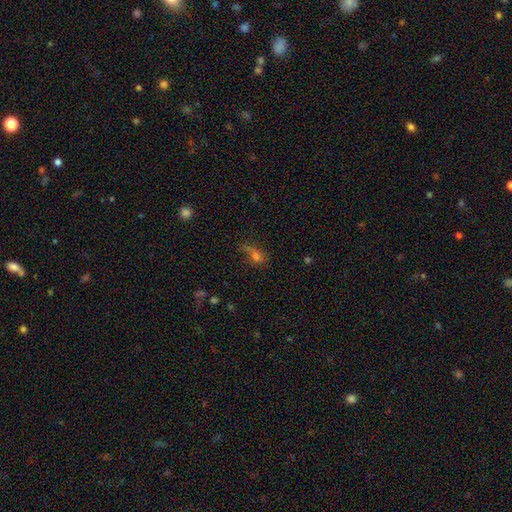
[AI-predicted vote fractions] Smooth or featured? smooth (56%)
How rounded? in between (63%)
Merging? none (40%)